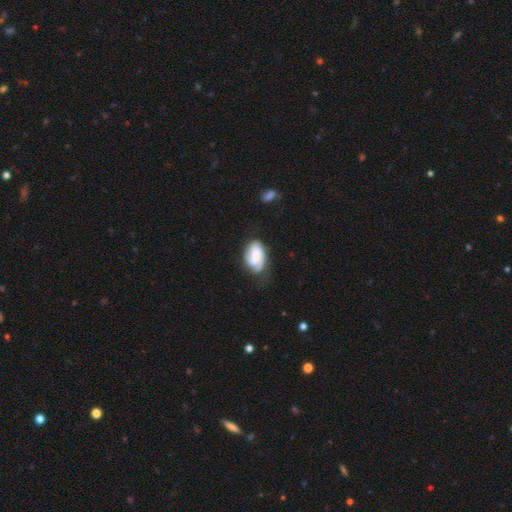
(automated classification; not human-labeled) Smooth or featured? Predicted: featured or disk (p=0.72). Edge-on disk? Predicted: no (p=0.97). Bar? Predicted: no (p=0.56). Spiral arms? Predicted: yes (p=0.93). Spiral winding? Predicted: medium (p=0.42). Spiral arm count? Predicted: 2 (p=0.52). Bulge size? Predicted: moderate (p=0.45). Merging? Predicted: none (p=0.57).